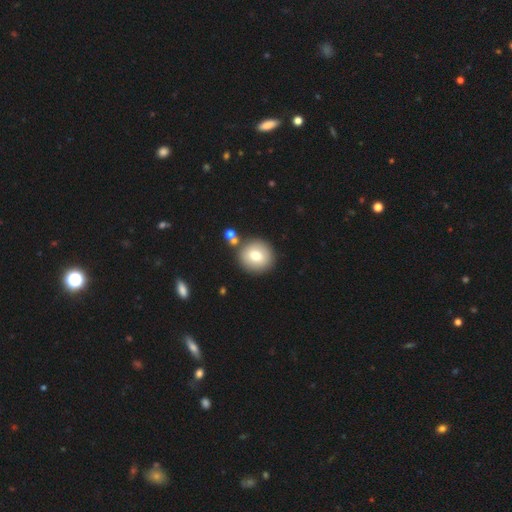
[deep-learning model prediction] Smooth or featured? Predicted: smooth (p=0.76). How rounded? Predicted: round (p=0.90). Merging? Predicted: none (p=0.82).